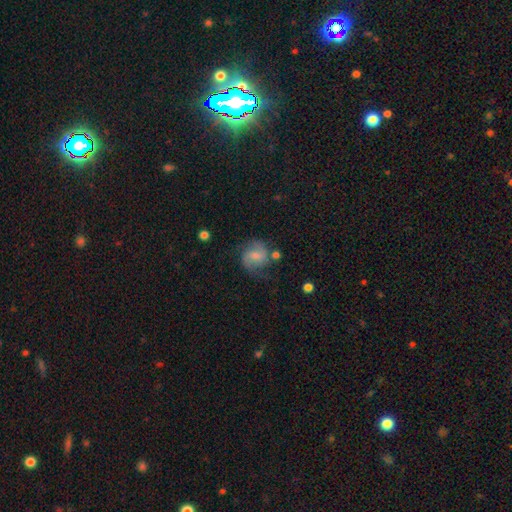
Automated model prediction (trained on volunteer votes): Smooth or featured? featured or disk (59%)
Edge-on disk? no (98%)
Bar? weak (49%)
Spiral arms? yes (89%)
Spiral winding? medium (49%)
Spiral arm count? 2 (83%)
Bulge size? small (45%)
Merging? none (59%)